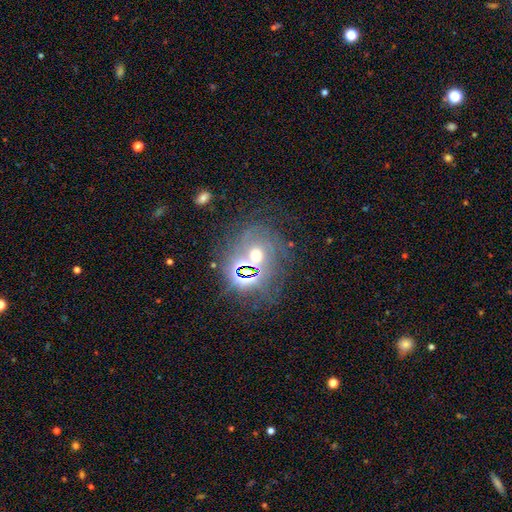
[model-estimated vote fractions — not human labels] A star or artifact, not a galaxy (49%).

Vote fractions:
- Smooth or featured? star or artifact: 49% / featured or disk: 27% / smooth: 24%